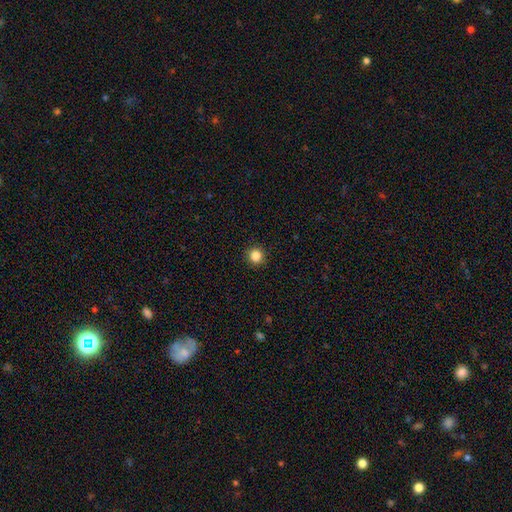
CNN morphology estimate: smooth-or-featured: smooth: 85% | star or artifact: 11% | featured or disk: 4%
  how-rounded: round: 94% | in between: 5% | cigar-shaped: 1%
  merging: none: 93% | minor disturbance: 4% | major disturbance: 2% | merger: 1%